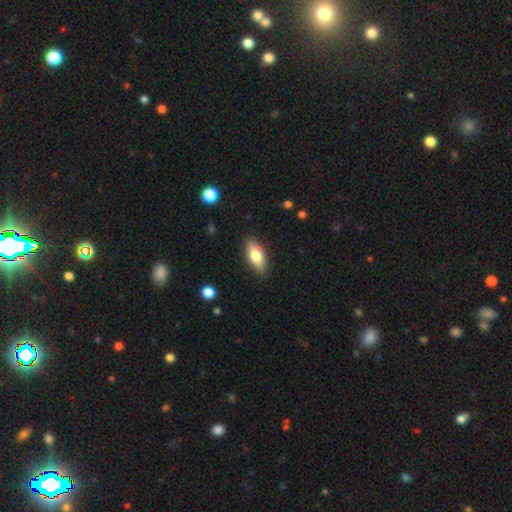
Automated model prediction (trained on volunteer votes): smooth_or_featured: smooth (p=0.71) [alt: featured or disk p=0.23]
how_rounded: in between (p=0.79) [alt: cigar-shaped p=0.18]
merging: none (p=0.84) [alt: minor disturbance p=0.12]